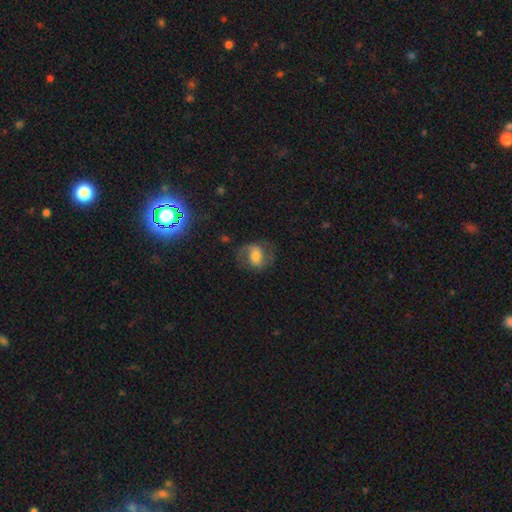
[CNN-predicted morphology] Smooth or featured: featured or disk — 54% (smooth — 37%)
Edge-on disk: no — 96% (yes — 4%)
Bar: weak — 42% (no — 35%)
Spiral arms: yes — 85% (no — 15%)
Bulge size: moderate — 50% (small — 22%)
Merging: none — 68% (minor disturbance — 18%)